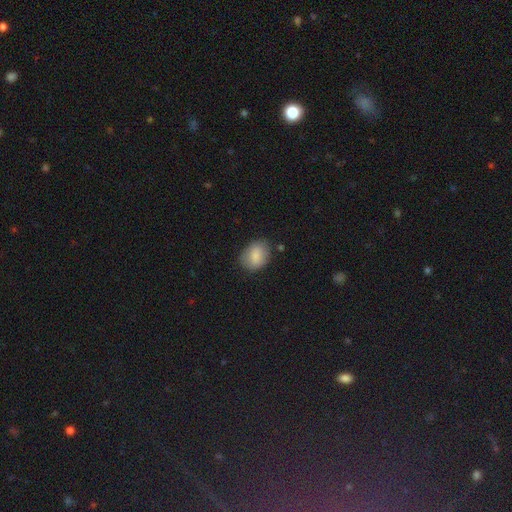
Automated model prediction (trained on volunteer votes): A smooth galaxy with no disk features (84%) that is in between round and cigar-shaped (67%). Merging: none (76%).